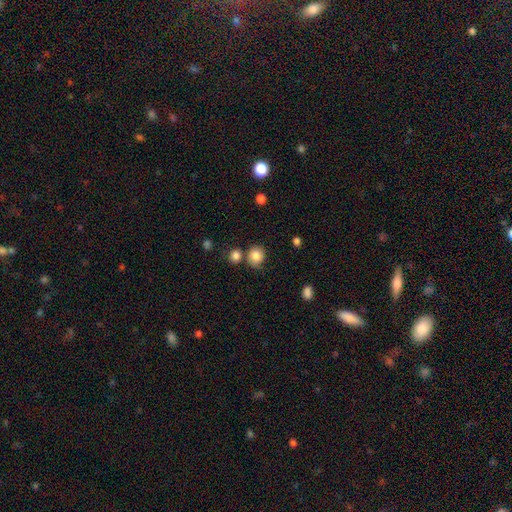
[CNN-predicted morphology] smooth-or-featured: smooth: 84% | star or artifact: 10% | featured or disk: 7%
  how-rounded: round: 79% | in between: 20% | cigar-shaped: 1%
  merging: none: 70% | minor disturbance: 13% | merger: 13% | major disturbance: 4%